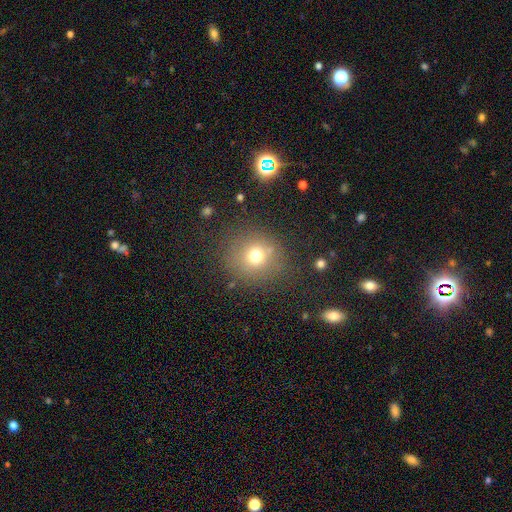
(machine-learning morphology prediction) Smooth or featured: smooth — 71% (star or artifact — 17%)
How rounded: round — 87% (in between — 11%)
Merging: none — 80% (minor disturbance — 11%)